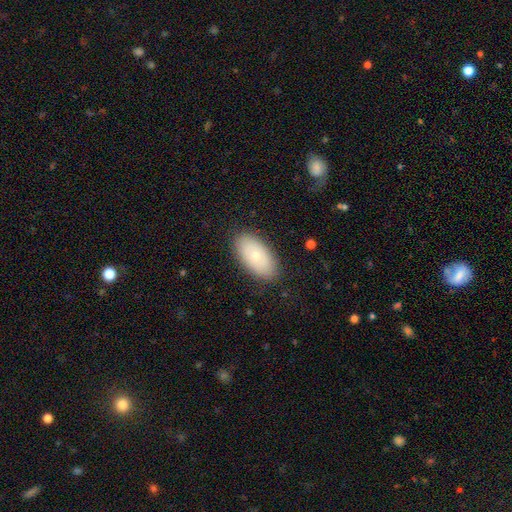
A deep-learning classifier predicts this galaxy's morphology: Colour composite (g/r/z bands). It shows a smooth galaxy with no disk features (76%) that is in between round and cigar-shaped (95%). Merging: none (86%).